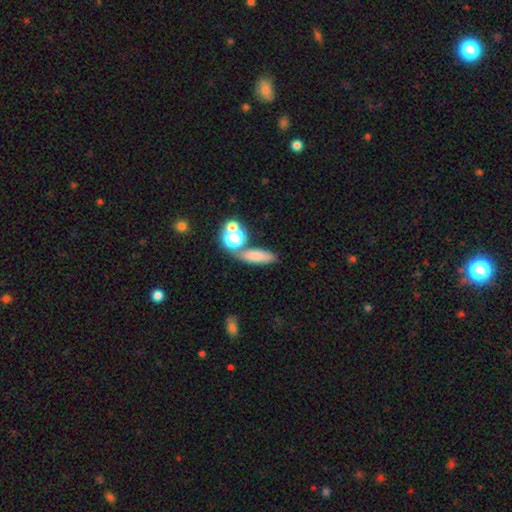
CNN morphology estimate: smooth-or-featured: smooth: 73% | star or artifact: 15% | featured or disk: 11%
  how-rounded: in between: 43% | cigar-shaped: 38% | round: 19%
  merging: none: 67% | merger: 17% | minor disturbance: 11% | major disturbance: 5%